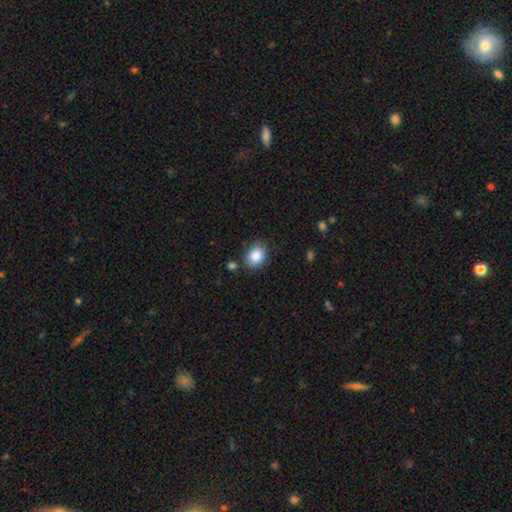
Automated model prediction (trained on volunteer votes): Smooth or featured? Predicted: smooth (p=0.86). How rounded? Predicted: round (p=0.51). Merging? Predicted: none (p=0.80).